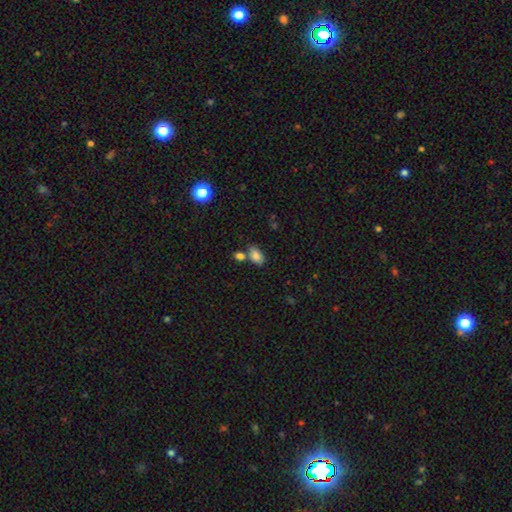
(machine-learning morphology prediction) smooth-or-featured: smooth: 83% | star or artifact: 9% | featured or disk: 8%
  how-rounded: in between: 90% | round: 7% | cigar-shaped: 2%
  merging: none: 57% | merger: 24% | minor disturbance: 14% | major disturbance: 4%